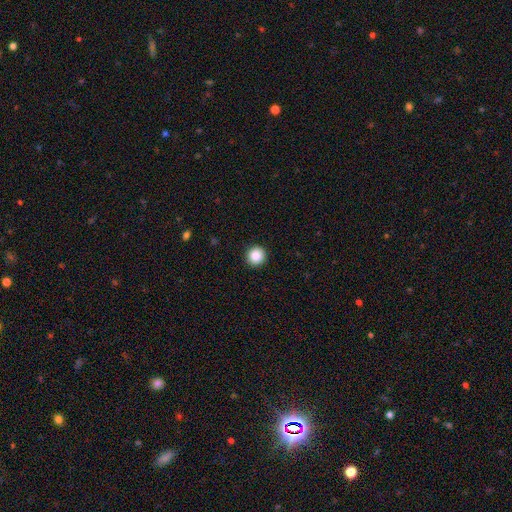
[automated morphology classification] This is clearly a smooth galaxy (87%). How rounded: clearly round (95%). Merging: clearly none (92%).